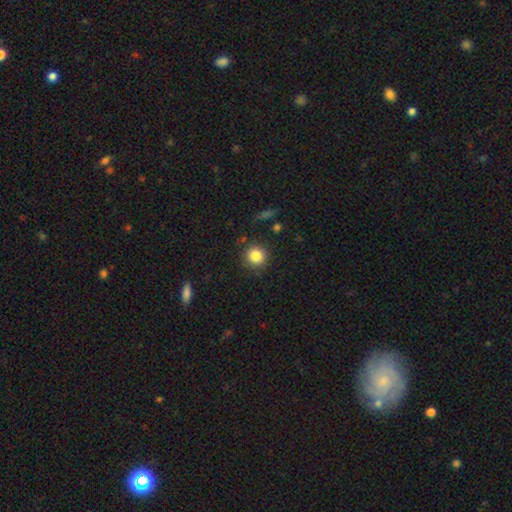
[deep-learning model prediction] Smooth or featured: smooth — 84% (star or artifact — 11%)
How rounded: round — 92% (in between — 7%)
Merging: none — 86% (minor disturbance — 9%)